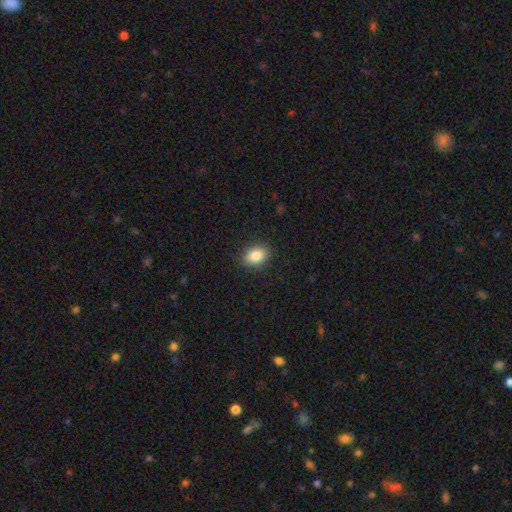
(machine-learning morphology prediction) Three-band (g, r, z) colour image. It shows a smooth galaxy with no disk features (85%) that is in between round and cigar-shaped (76%). Merging: none (88%).